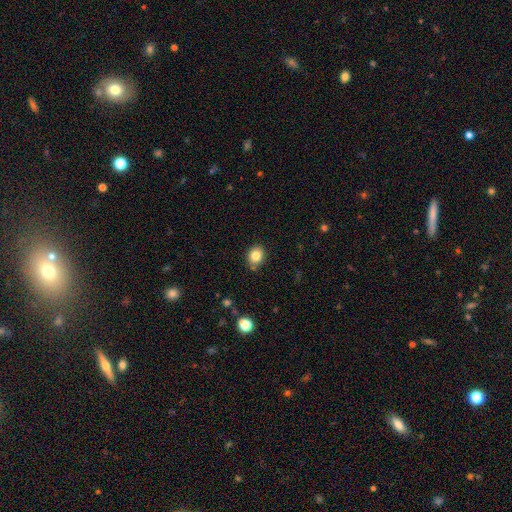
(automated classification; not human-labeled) Smooth or featured: smooth — 83% (star or artifact — 11%)
How rounded: round — 65% (in between — 34%)
Merging: none — 80% (minor disturbance — 13%)